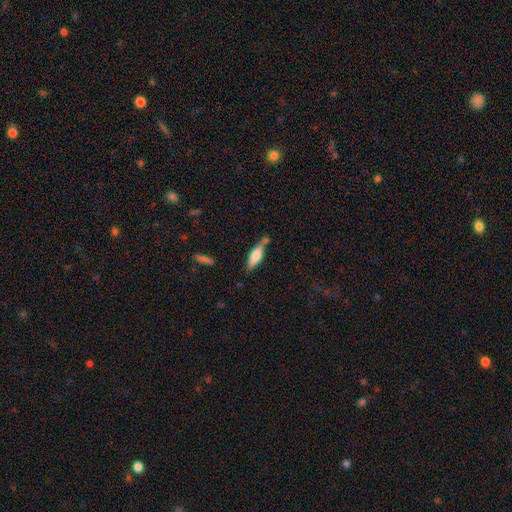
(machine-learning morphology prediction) Q: Smooth or featured?
A: smooth (70%); runner-up: featured or disk (24%)
Q: How rounded?
A: in between (51%); runner-up: cigar-shaped (47%)
Q: Merging?
A: none (61%); runner-up: minor disturbance (18%)